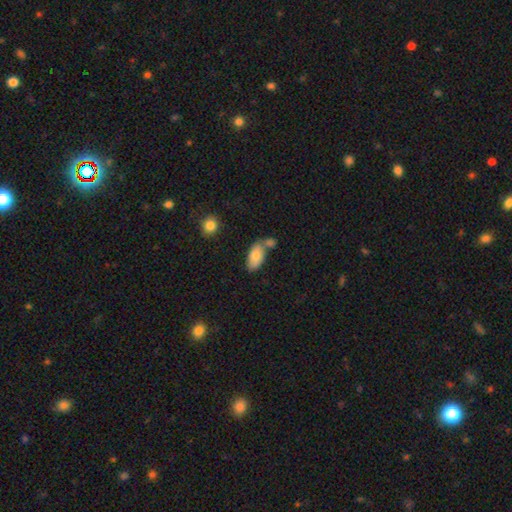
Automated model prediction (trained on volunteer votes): A smooth galaxy with no disk features (78%) that is in between round and cigar-shaped (93%). Merging: none (51%).